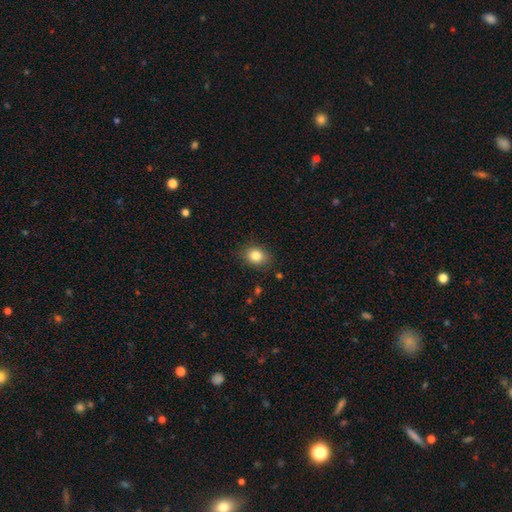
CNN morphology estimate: smooth_or_featured: smooth (p=0.84) [alt: star or artifact p=0.10]
how_rounded: round (p=0.51) [alt: in between p=0.48]
merging: none (p=0.86) [alt: minor disturbance p=0.10]